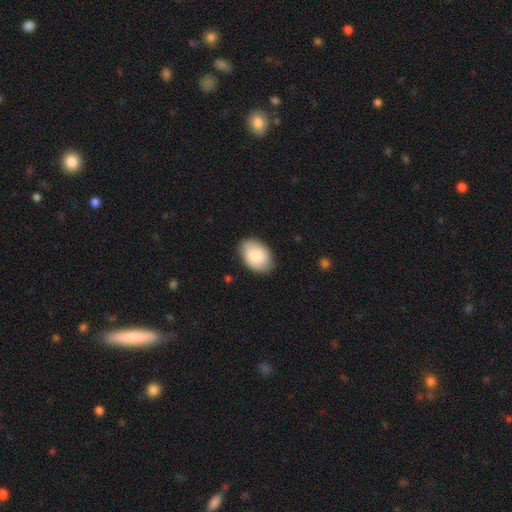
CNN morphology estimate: smooth 83%, featured or disk 12%, star or artifact 6%. Down the decision tree: how rounded — in between (88%); merging — none (82%).